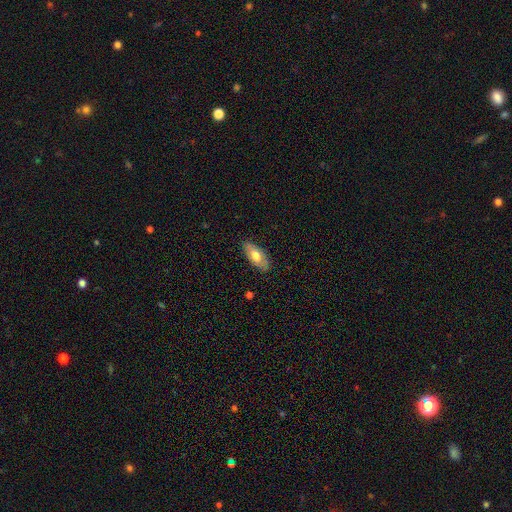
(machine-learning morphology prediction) Q: Smooth or featured?
A: smooth (61%); runner-up: featured or disk (33%)
Q: How rounded?
A: in between (88%); runner-up: cigar-shaped (9%)
Q: Merging?
A: none (84%); runner-up: minor disturbance (13%)